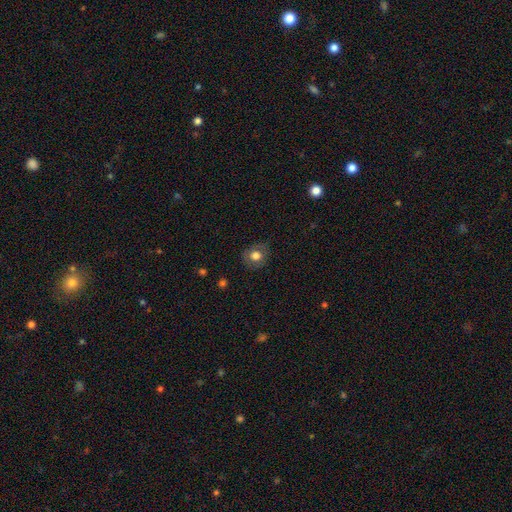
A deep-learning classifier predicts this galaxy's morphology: smooth_or_featured: smooth (p=0.71) [alt: featured or disk p=0.19]
how_rounded: round (p=0.74) [alt: in between p=0.25]
merging: none (p=0.82) [alt: minor disturbance p=0.13]